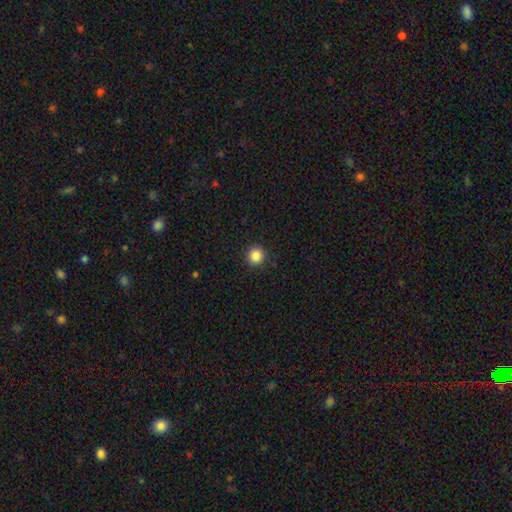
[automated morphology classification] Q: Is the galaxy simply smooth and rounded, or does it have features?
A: smooth — 86%.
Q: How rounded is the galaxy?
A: round — 95%.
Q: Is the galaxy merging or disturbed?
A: none — 92%.